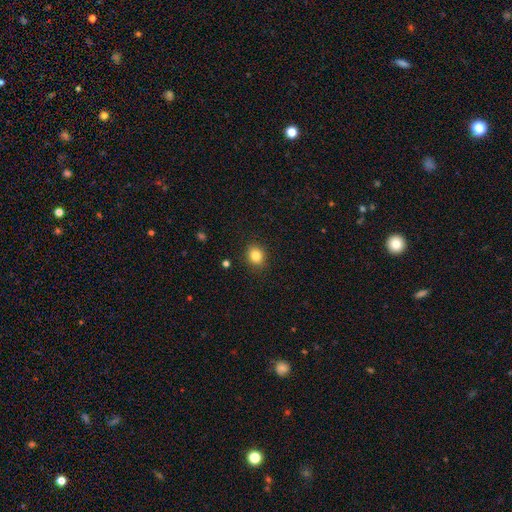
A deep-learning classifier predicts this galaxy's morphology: smooth_or_featured: smooth (p=0.83) [alt: star or artifact p=0.11]
how_rounded: round (p=0.71) [alt: in between p=0.28]
merging: none (p=0.90) [alt: minor disturbance p=0.07]